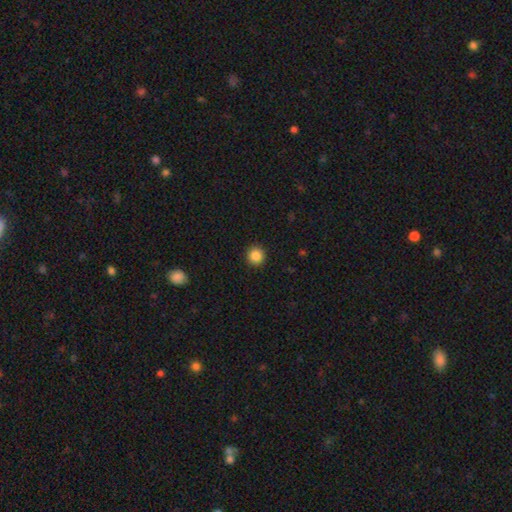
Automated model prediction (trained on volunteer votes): A smooth galaxy with no disk features (86%) that is round (93%). Merging: none (92%).